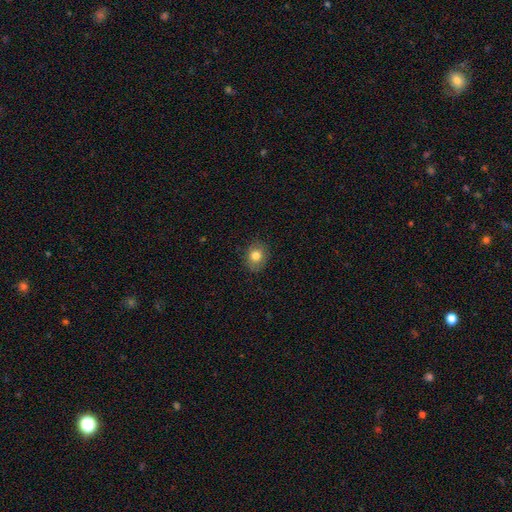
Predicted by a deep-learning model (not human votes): Overall: smooth (80%). How rounded: round (59%; in between 40%). Merging: none (86%).